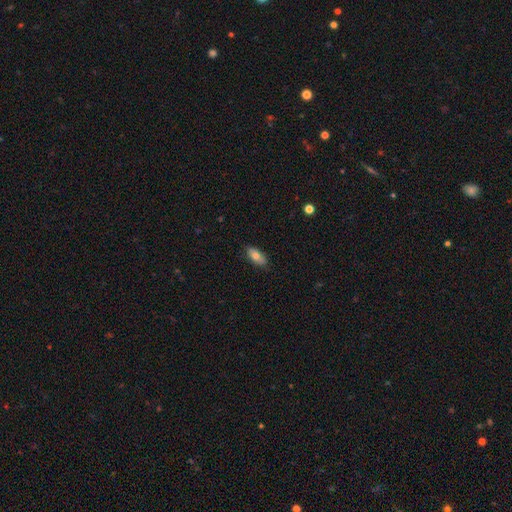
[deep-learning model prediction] This is likely a smooth galaxy (74%). How rounded: clearly in between (84%). Merging: clearly none (85%).